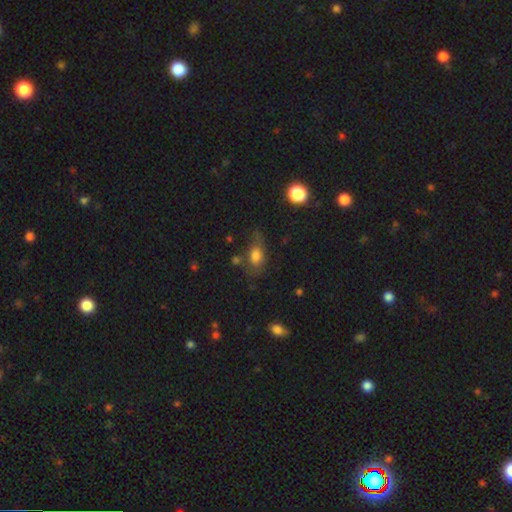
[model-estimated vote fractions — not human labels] smooth-or-featured: smooth: 68% | featured or disk: 19% | star or artifact: 13%
  how-rounded: in between: 79% | round: 16% | cigar-shaped: 5%
  merging: none: 51% | minor disturbance: 27% | major disturbance: 17% | merger: 6%